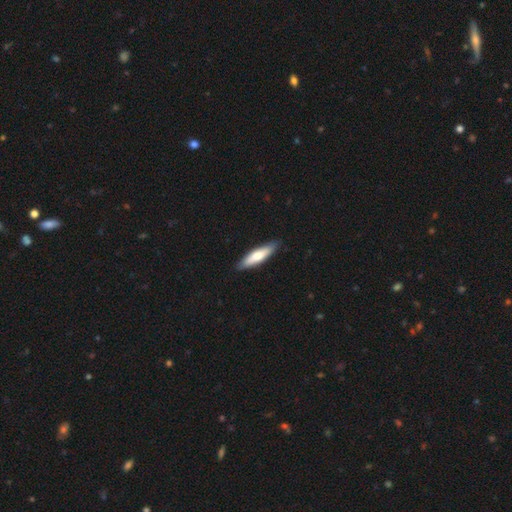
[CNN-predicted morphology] Q: Smooth or featured?
A: smooth (65%); runner-up: featured or disk (30%)
Q: How rounded?
A: cigar-shaped (73%); runner-up: in between (26%)
Q: Merging?
A: none (88%); runner-up: minor disturbance (10%)